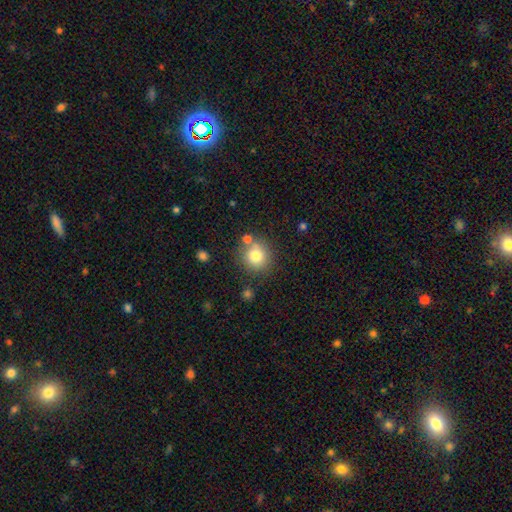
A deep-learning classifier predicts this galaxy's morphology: The model was most divided on "merging": none: 72%, merger: 13%, minor disturbance: 11%, major disturbance: 4%. More confident: how rounded — round (91%); smooth or featured — smooth (77%).